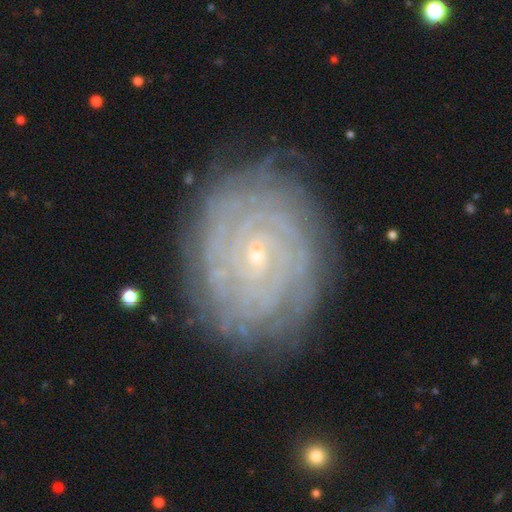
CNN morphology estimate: Smooth or featured?
  - featured or disk: 86% *
  - smooth: 8%
  - star or artifact: 7%
Edge-on disk?
  - no: 97% *
  - yes: 3%
Bar?
  - weak: 44% *
  - no: 41%
  - strong: 15%
Spiral arms?
  - yes: 97% *
  - no: 3%
Spiral winding?
  - tight: 88% *
  - medium: 10%
  - loose: 2%
Spiral arm count?
  - can't tell: 37% *
  - 2: 16%
  - more than 4: 15%
  - 4: 14%
  - 3: 11%
  - 1: 7%
Bulge size?
  - small: 74% *
  - moderate: 22%
  - none: 2%
  - large: 1%
  - dominant: 1%
Merging?
  - none: 82% *
  - minor disturbance: 13%
  - major disturbance: 4%
  - merger: 1%